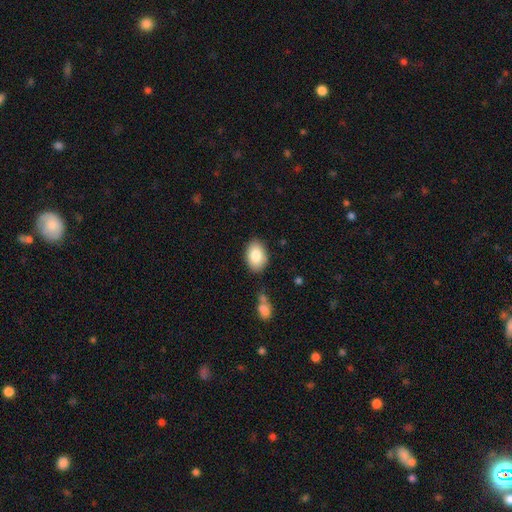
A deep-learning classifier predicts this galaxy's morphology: Smooth or featured? smooth (84%)
How rounded? in between (86%)
Merging? none (82%)